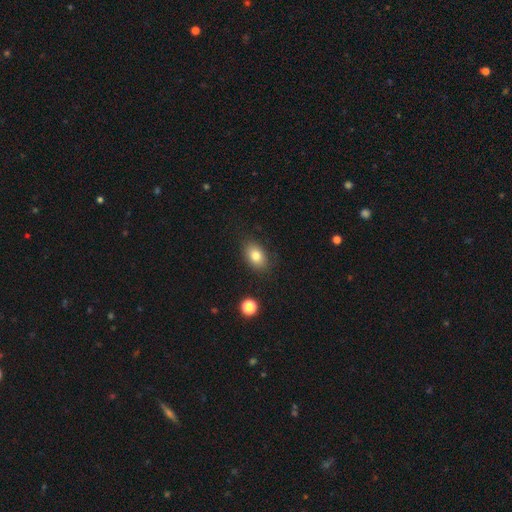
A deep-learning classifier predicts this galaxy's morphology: Q: Smooth or featured?
A: smooth (80%); runner-up: featured or disk (10%)
Q: How rounded?
A: in between (82%); runner-up: round (17%)
Q: Merging?
A: none (84%); runner-up: minor disturbance (11%)